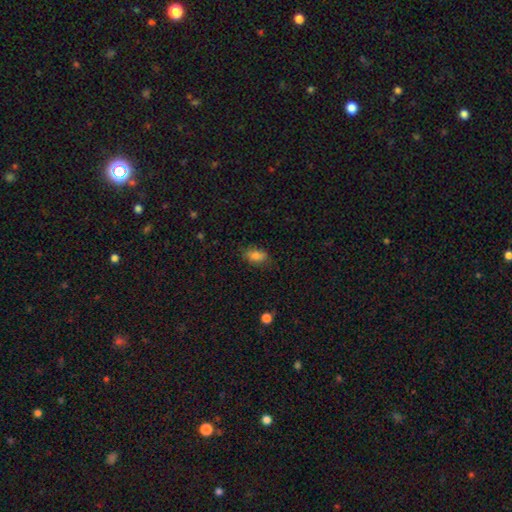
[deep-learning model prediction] Q: Smooth or featured?
A: smooth (82%); runner-up: star or artifact (10%)
Q: How rounded?
A: in between (87%); runner-up: round (9%)
Q: Merging?
A: none (76%); runner-up: minor disturbance (18%)